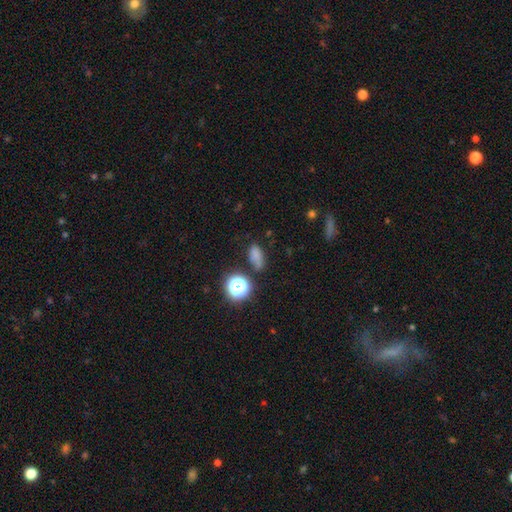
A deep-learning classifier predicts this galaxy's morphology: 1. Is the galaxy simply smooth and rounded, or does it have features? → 69% smooth, 22% star or artifact, 9% featured or disk.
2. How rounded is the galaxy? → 76% in between, 19% round, 5% cigar-shaped.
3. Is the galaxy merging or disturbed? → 58% none, 24% minor disturbance, 10% major disturbance, 8% merger.